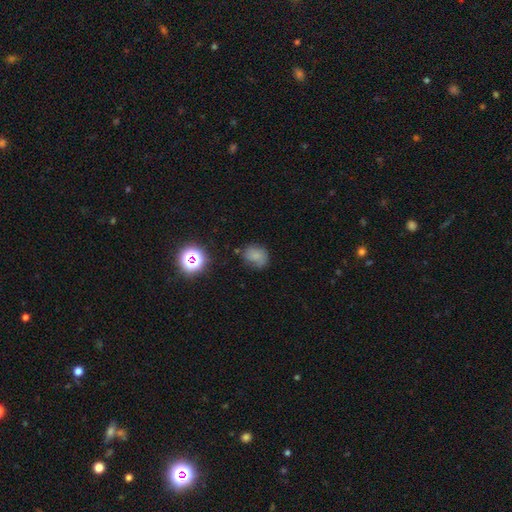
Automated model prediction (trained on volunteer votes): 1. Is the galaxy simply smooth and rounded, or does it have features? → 67% smooth, 17% star or artifact, 15% featured or disk.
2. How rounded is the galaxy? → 58% round, 41% in between, 1% cigar-shaped.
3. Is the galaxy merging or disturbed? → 59% none, 27% minor disturbance, 10% major disturbance, 4% merger.